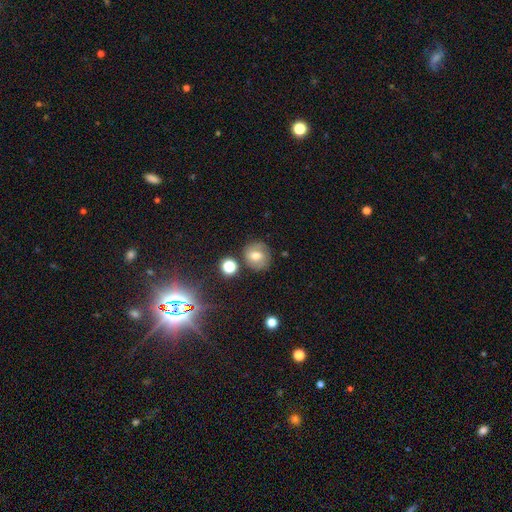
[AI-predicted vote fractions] A smooth galaxy with no disk features (56%) that is round (83%). Merging: none (76%).